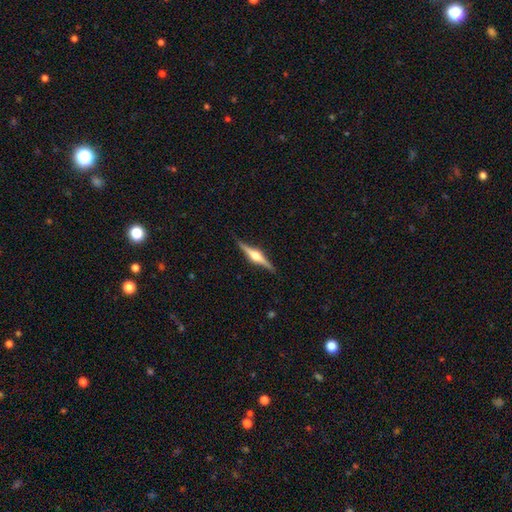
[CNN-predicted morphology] smooth_or_featured: featured or disk (p=0.82) [alt: smooth p=0.13]
disk_edge_on: yes (p=0.98) [alt: no p=0.02]
edge_on_bulge: rounded (p=0.94) [alt: boxy p=0.04]
merging: none (p=0.89) [alt: minor disturbance p=0.08]